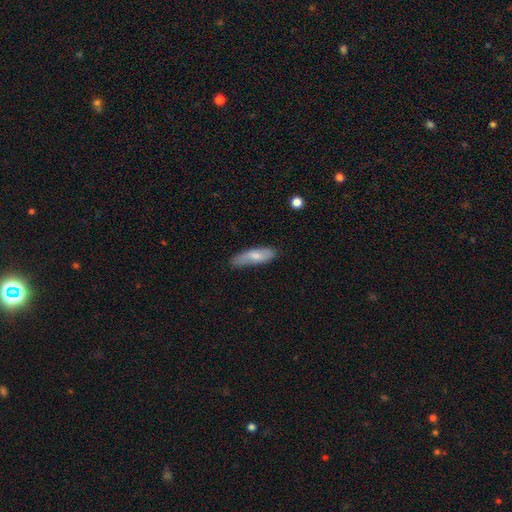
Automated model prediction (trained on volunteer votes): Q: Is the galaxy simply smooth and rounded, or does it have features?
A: smooth — 72%.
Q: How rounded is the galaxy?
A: cigar-shaped — 52%.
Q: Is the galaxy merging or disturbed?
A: none — 68%.